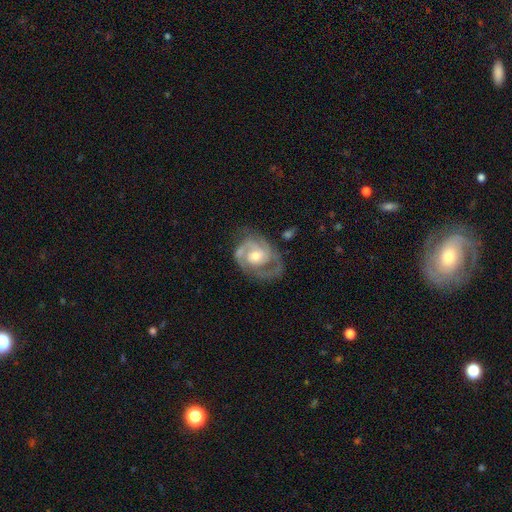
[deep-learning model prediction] Morphology: type=featured or disk (88%); edge-on=no (98%); bar=no (63%); spiral arms=yes (96%); winding=tight (52%); arm count=2 (62%); bulge=moderate (61%); merging=none (62%).